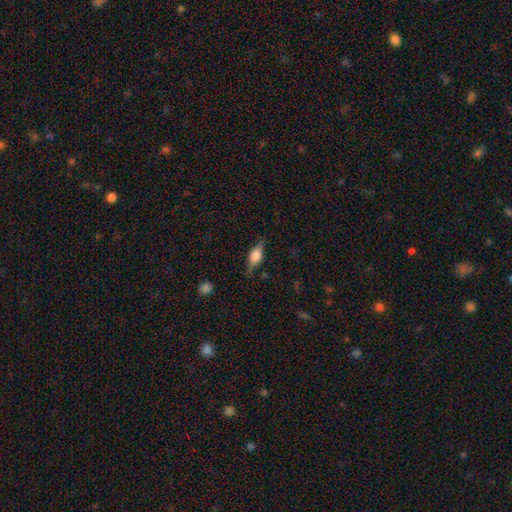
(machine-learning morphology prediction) Smooth or featured? Predicted: smooth (p=0.48). Merging? Predicted: none (p=0.75).